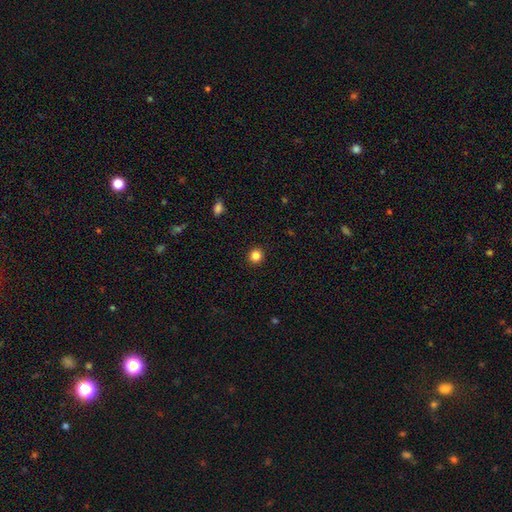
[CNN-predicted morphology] smooth-or-featured: smooth: 84% | star or artifact: 12% | featured or disk: 4%
  how-rounded: round: 93% | in between: 6% | cigar-shaped: 1%
  merging: none: 93% | minor disturbance: 4% | major disturbance: 2% | merger: 1%